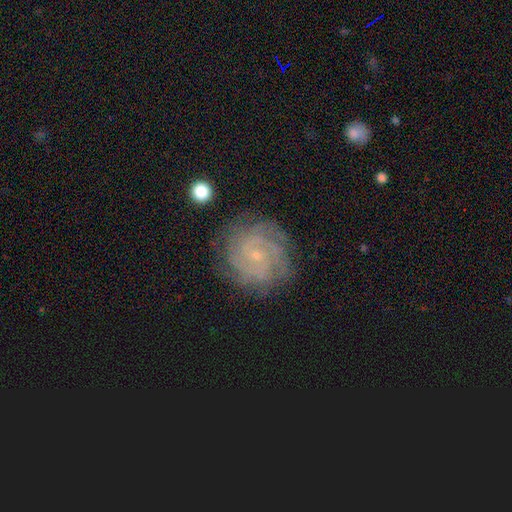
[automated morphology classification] Overall: featured or disk (83%). Edge-on disk: no (98%). Bar: no (71%). Spiral arms: yes (97%). Spiral arm count: can't tell (26%; 2 19%). Spiral winding: tight (75%). Bulge size: small (85%). Merging: none (81%).